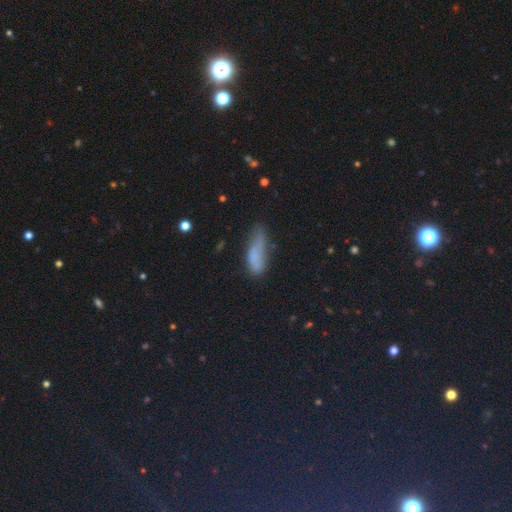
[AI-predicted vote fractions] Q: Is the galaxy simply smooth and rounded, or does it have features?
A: smooth — 70%.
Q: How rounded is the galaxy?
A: in between — 56%.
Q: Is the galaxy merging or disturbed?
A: minor disturbance — 37%, tied with none.